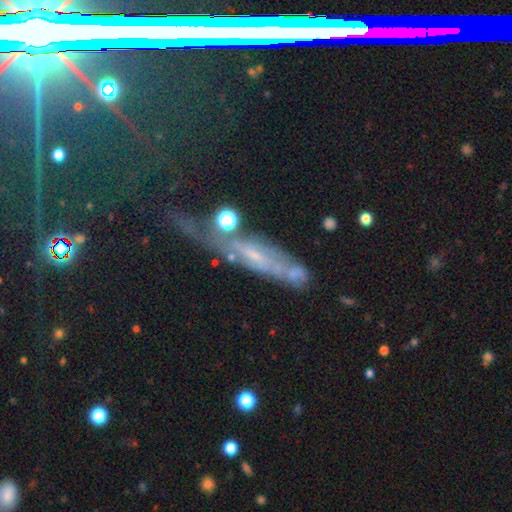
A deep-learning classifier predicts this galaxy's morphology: This appears to be a featured or disk galaxy (61%). Merging: none (43%).